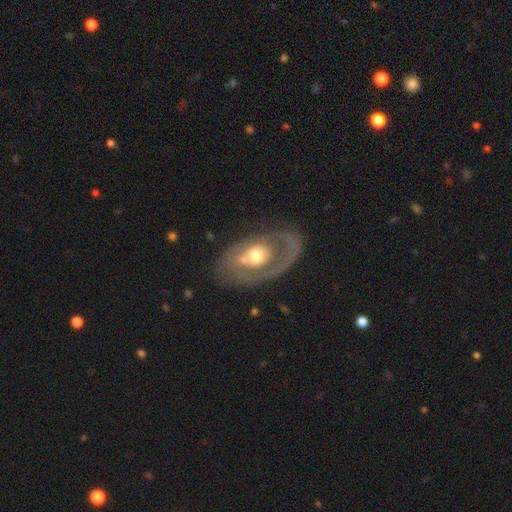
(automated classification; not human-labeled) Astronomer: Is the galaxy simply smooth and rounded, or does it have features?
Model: featured or disk — 71%.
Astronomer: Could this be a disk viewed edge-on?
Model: no — 94%.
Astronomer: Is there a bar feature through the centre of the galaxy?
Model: no — 82%.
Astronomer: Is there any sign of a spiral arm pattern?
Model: yes — 50%, tied with no at 50%.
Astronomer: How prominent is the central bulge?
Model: moderate — 69%.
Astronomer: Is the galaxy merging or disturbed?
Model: none — 60%.